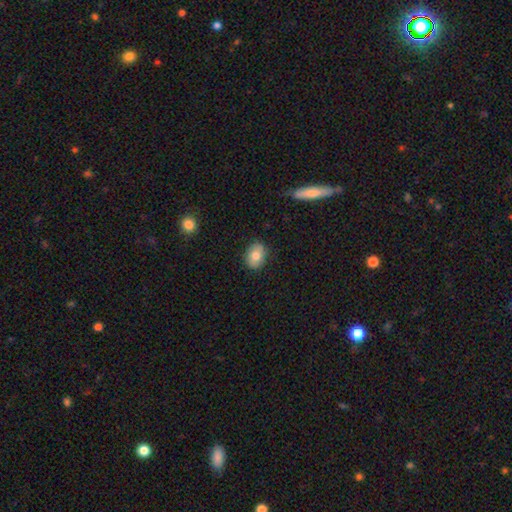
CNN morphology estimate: This appears to be a smooth galaxy with no disk features (77%) that is in between round and cigar-shaped (67%). Merging: none (85%).